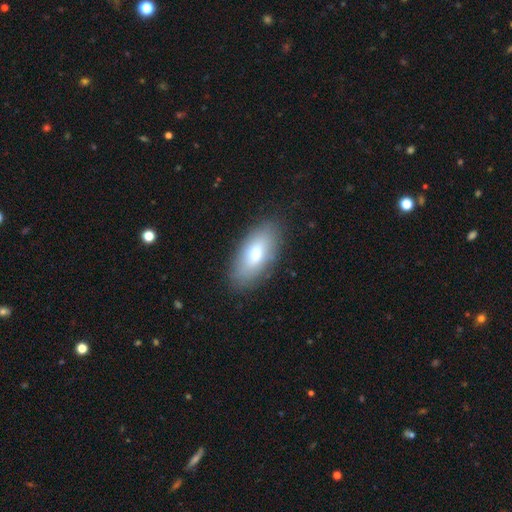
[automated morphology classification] A smooth galaxy with no disk features (70%) that is in between round and cigar-shaped (89%). Merging: none (86%).